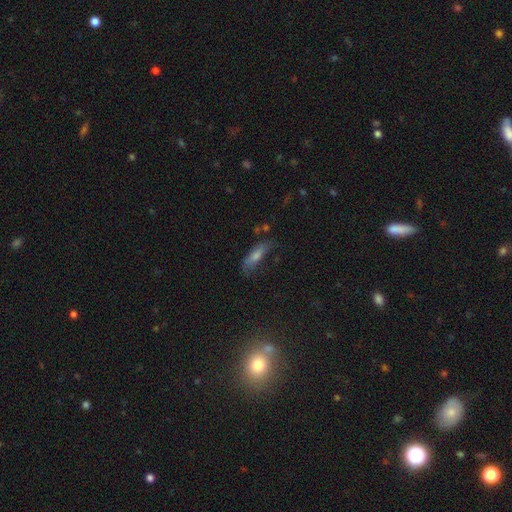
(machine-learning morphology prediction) Smooth or featured?
  - smooth: 55% *
  - featured or disk: 27%
  - star or artifact: 18%
How rounded?
  - cigar-shaped: 57% *
  - in between: 39%
  - round: 4%
Merging?
  - none: 60% *
  - minor disturbance: 25%
  - major disturbance: 11%
  - merger: 4%